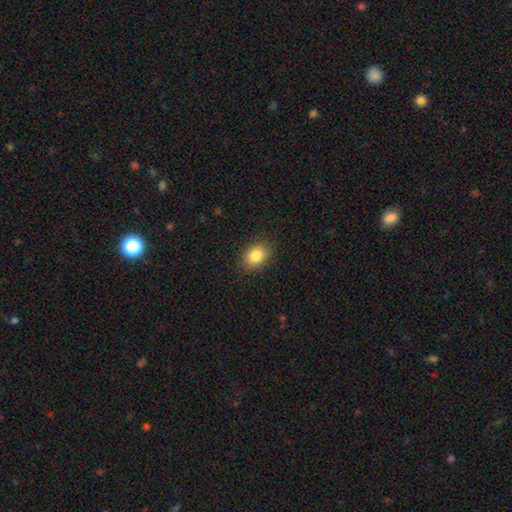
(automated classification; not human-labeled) Overall: smooth (84%). How rounded: in between (63%; round 36%). Merging: none (87%).